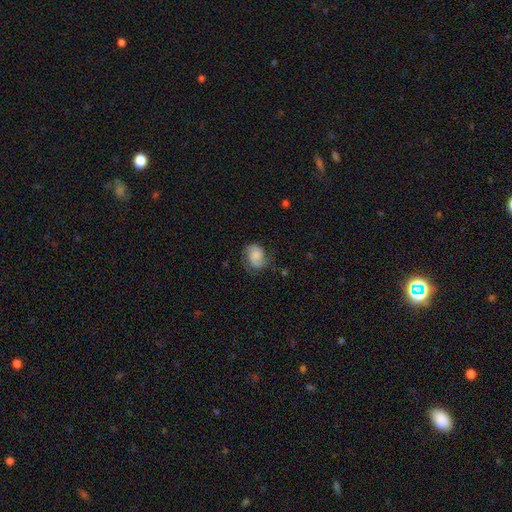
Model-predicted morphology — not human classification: Smooth or featured? Predicted: smooth (p=0.53). How rounded? Predicted: in between (p=0.51). Merging? Predicted: none (p=0.59).